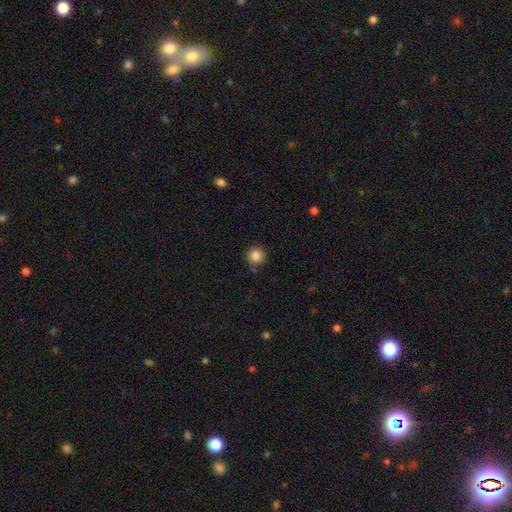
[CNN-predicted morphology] type=smooth (85%); roundness=round (95%); merging=none (87%).